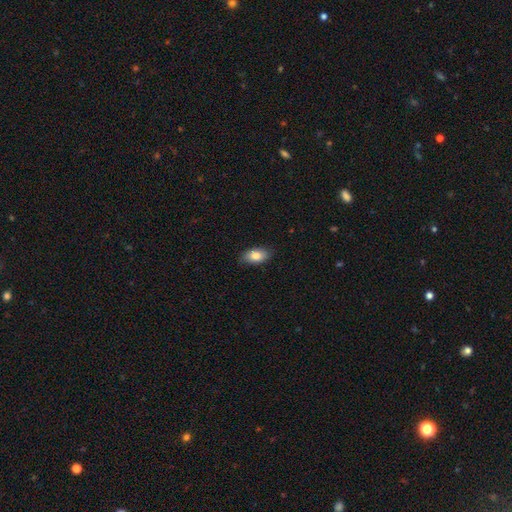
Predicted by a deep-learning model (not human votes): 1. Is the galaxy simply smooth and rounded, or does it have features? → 82% smooth, 11% featured or disk, 7% star or artifact.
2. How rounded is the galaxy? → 91% in between, 5% round, 4% cigar-shaped.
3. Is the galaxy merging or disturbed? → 85% none, 12% minor disturbance, 2% major disturbance, 1% merger.